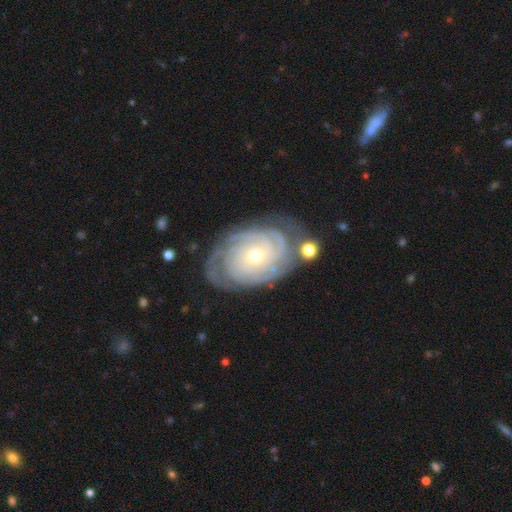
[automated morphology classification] smooth-or-featured: featured or disk: 89% | smooth: 6% | star or artifact: 5%
  disk-edge-on: no: 96% | yes: 4%
    bar: no: 79% | weak: 16% | strong: 5%
    has-spiral-arms: yes: 97% | no: 3%
      spiral-winding: tight: 84% | medium: 14% | loose: 3%
      spiral-arm-count: 4: 26% | can't tell: 24% | 3: 22% | 2: 12% | more than 4: 10% | 1: 6%
    bulge-size: small: 58% | moderate: 38% | large: 2% | none: 1% | dominant: 1%
  merging: none: 73% | minor disturbance: 17% | major disturbance: 6% | merger: 4%